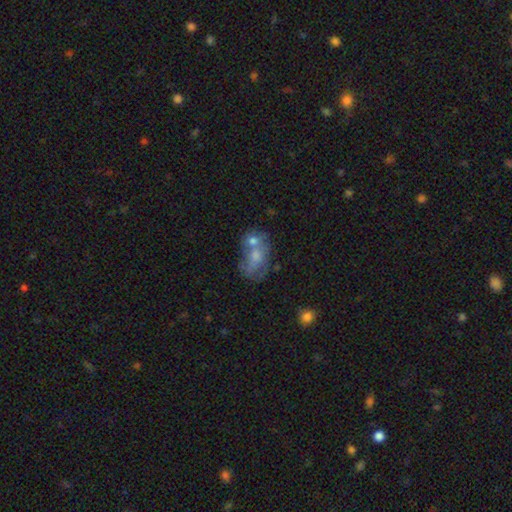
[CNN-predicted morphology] Smooth or featured? smooth (45%)
Merging? merger (41%)